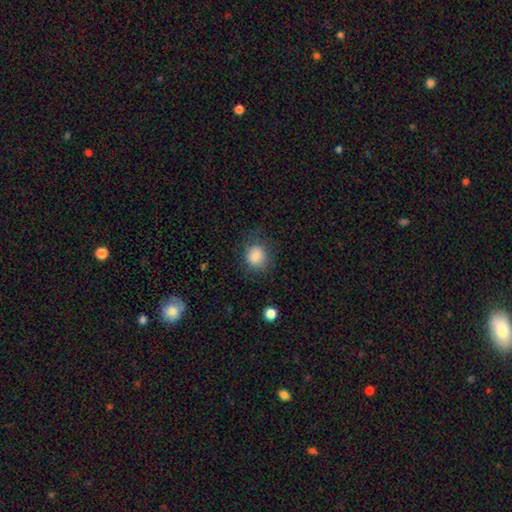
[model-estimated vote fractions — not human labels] Smooth or featured? Predicted: smooth (p=0.85). How rounded? Predicted: round (p=0.72). Merging? Predicted: none (p=0.73).